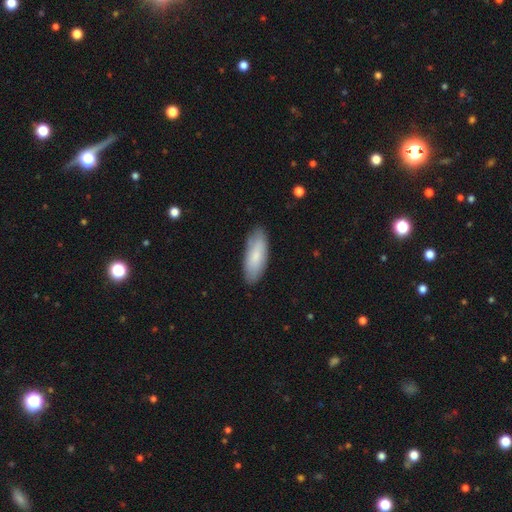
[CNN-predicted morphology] Overall: smooth (76%). How rounded: in between (75%). Merging: none (84%).